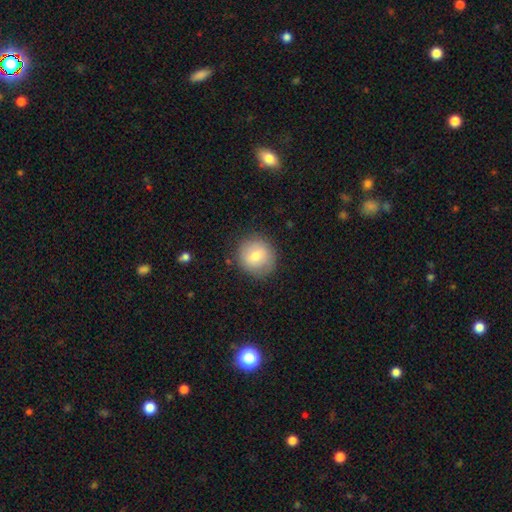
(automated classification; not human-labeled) smooth 75%, featured or disk 17%, star or artifact 8%. Down the decision tree: how rounded — round (91%); merging — none (85%).